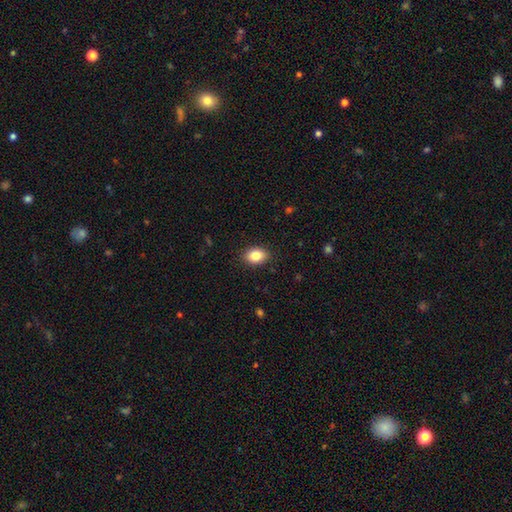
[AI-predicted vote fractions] Q: Smooth or featured?
A: smooth (86%); runner-up: star or artifact (8%)
Q: How rounded?
A: in between (79%); runner-up: round (20%)
Q: Merging?
A: none (89%); runner-up: minor disturbance (8%)